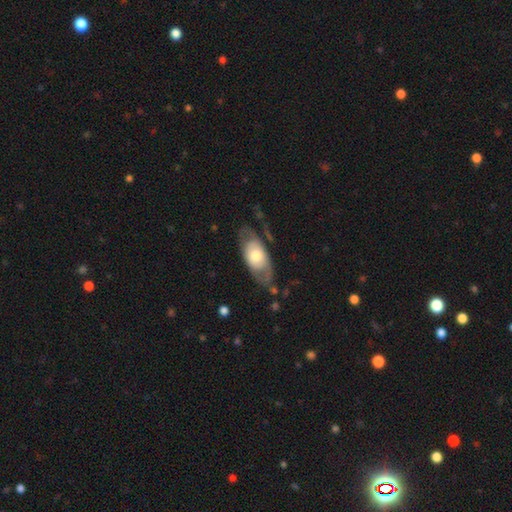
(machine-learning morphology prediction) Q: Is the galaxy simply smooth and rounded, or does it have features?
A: featured or disk — 48%.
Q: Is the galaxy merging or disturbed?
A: none — 61%.